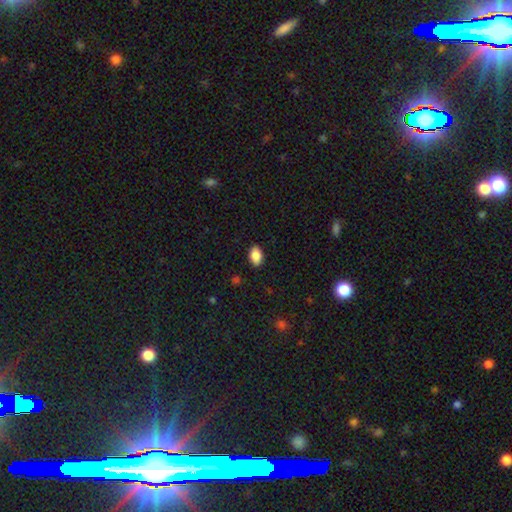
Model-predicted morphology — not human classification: A smooth galaxy with no disk features (87%) that is in between round and cigar-shaped (90%).

Vote fractions:
- Smooth or featured? smooth: 87% / star or artifact: 8% / featured or disk: 5%
- How rounded? in between: 90% / round: 8% / cigar-shaped: 2%
- Merging? none: 88% / minor disturbance: 9% / major disturbance: 2% / merger: 1%